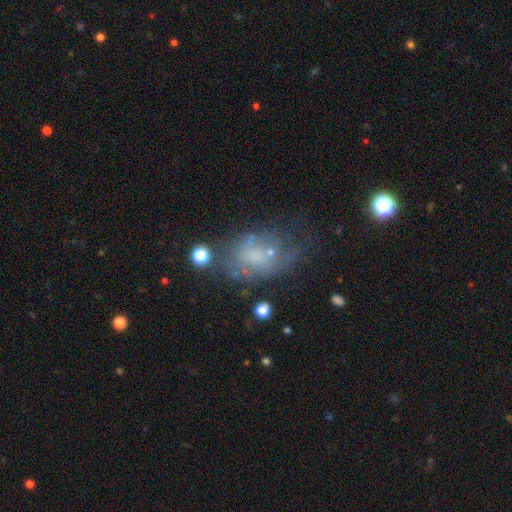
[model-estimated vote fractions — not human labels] Smooth or featured? Predicted: smooth (p=0.45). Merging? Predicted: none (p=0.39).